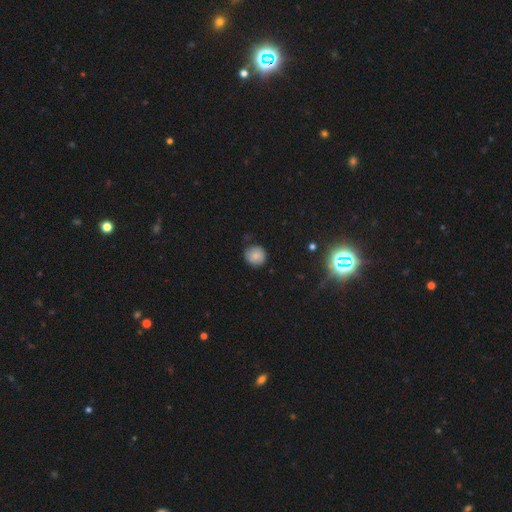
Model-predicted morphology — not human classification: Overall: smooth (80%). How rounded: round (92%). Merging: none (79%).